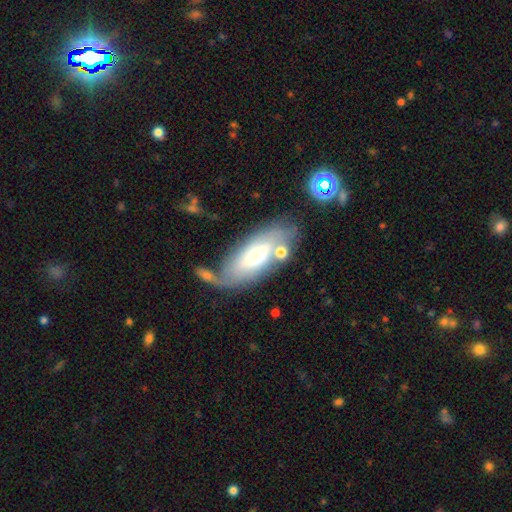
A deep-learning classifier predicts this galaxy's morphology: smooth 47%, featured or disk 46%, star or artifact 8%. Down the decision tree: merging — none (53%).